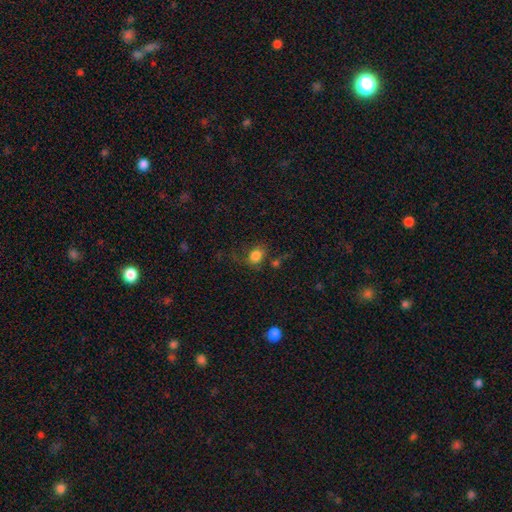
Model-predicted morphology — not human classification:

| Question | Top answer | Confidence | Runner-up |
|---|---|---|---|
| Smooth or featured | smooth | 79% | star or artifact (11%) |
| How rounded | round | 51% | in between (47%) |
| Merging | none | 51% | minor disturbance (23%) |